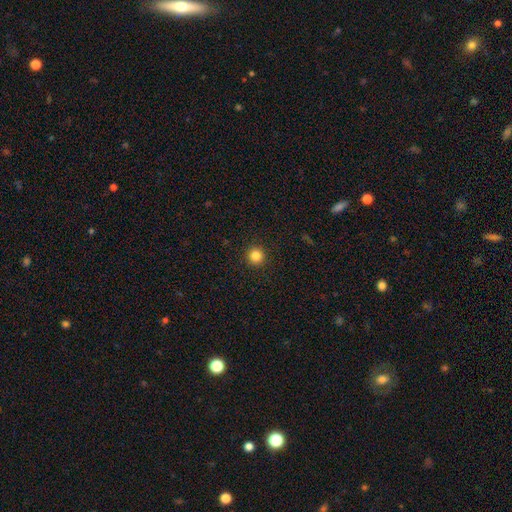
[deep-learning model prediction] A smooth galaxy with no disk features (84%) that is round (95%).

Vote fractions:
- Smooth or featured? smooth: 84% / star or artifact: 12% / featured or disk: 4%
- How rounded? round: 95% / in between: 4% / cigar-shaped: 1%
- Merging? none: 93% / minor disturbance: 5% / major disturbance: 2% / merger: 1%